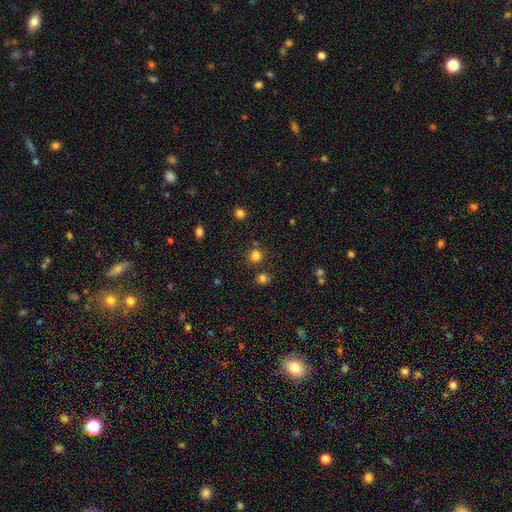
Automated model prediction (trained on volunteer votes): Overall: smooth (78%). How rounded: round (89%). Merging: none (78%).